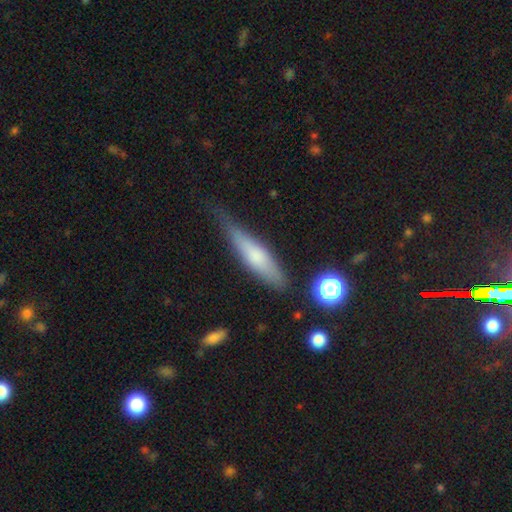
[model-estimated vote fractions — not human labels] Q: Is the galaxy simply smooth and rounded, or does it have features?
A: smooth — 59%.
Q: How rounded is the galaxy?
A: cigar-shaped — 78%.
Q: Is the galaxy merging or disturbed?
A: none — 59%.